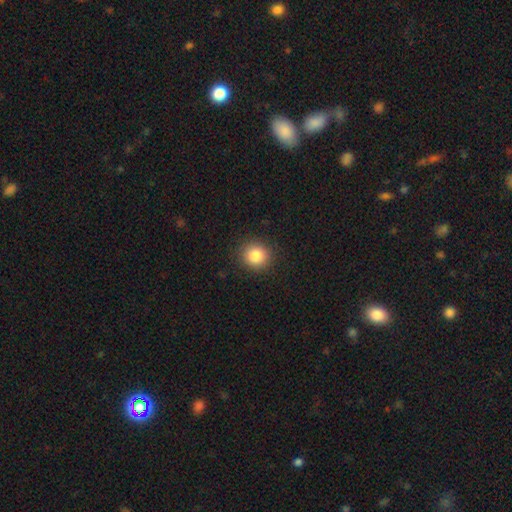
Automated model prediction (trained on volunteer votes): This appears to be a smooth galaxy with no disk features (84%) that is round (87%). Merging: none (90%).